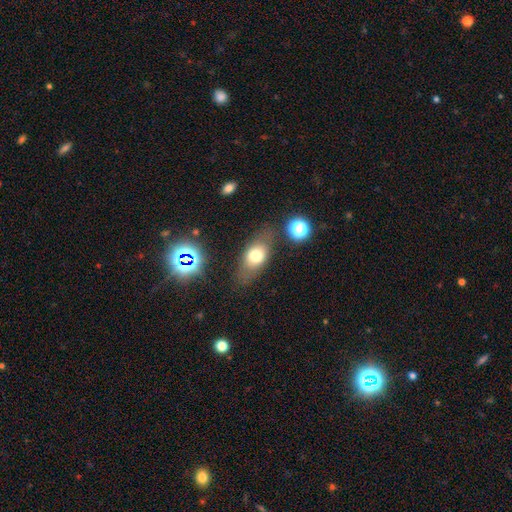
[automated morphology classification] smooth-or-featured: smooth: 68% | featured or disk: 21% | star or artifact: 12%
  how-rounded: in between: 76% | round: 16% | cigar-shaped: 7%
  merging: none: 72% | minor disturbance: 16% | major disturbance: 7% | merger: 5%